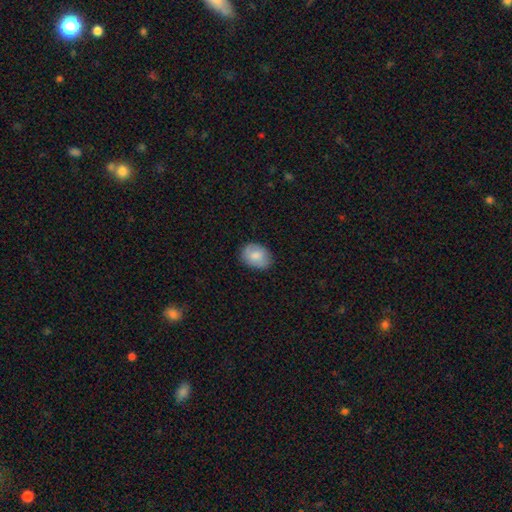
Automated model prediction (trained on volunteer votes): Smooth or featured? smooth (80%)
How rounded? in between (65%)
Merging? none (81%)